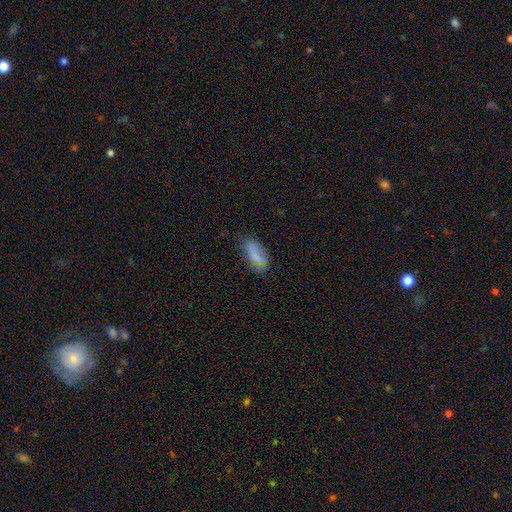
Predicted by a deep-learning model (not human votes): Q: Smooth or featured?
A: smooth (68%); runner-up: featured or disk (21%)
Q: How rounded?
A: in between (84%); runner-up: cigar-shaped (12%)
Q: Merging?
A: none (51%); runner-up: minor disturbance (31%)